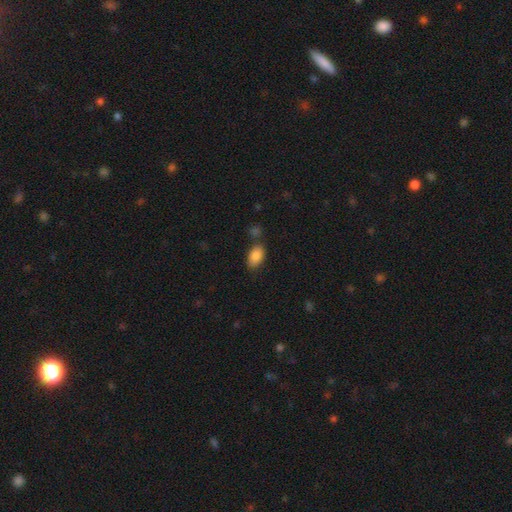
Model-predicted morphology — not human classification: Smooth or featured? smooth (87%)
How rounded? in between (92%)
Merging? none (72%)